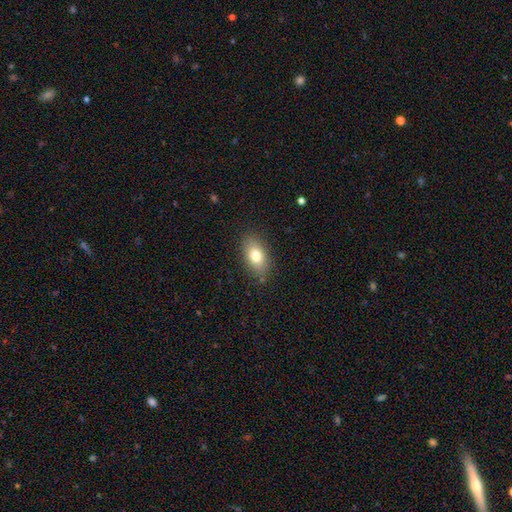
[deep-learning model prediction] A smooth galaxy with no disk features (76%) that is in between round and cigar-shaped (87%). Merging: none (85%).